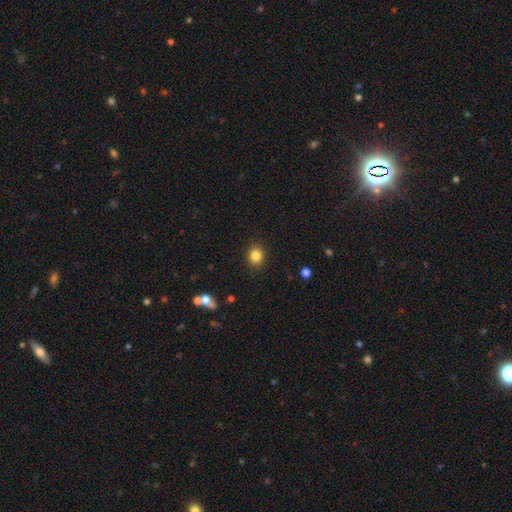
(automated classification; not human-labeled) Q: Smooth or featured?
A: smooth (84%); runner-up: star or artifact (11%)
Q: How rounded?
A: round (84%); runner-up: in between (15%)
Q: Merging?
A: none (90%); runner-up: minor disturbance (6%)